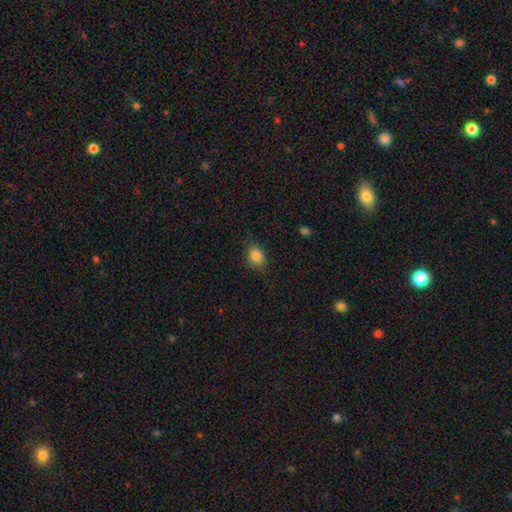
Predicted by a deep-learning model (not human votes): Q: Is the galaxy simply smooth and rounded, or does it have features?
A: smooth — 84%.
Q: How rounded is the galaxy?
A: in between — 61%.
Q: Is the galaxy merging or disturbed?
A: none — 76%.